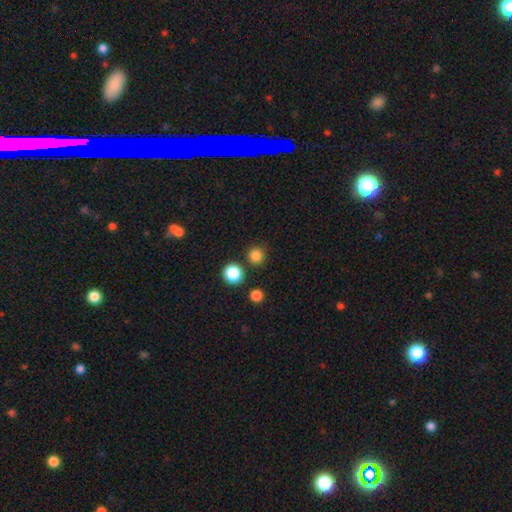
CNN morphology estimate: Smooth or featured? smooth (83%)
How rounded? round (93%)
Merging? none (83%)